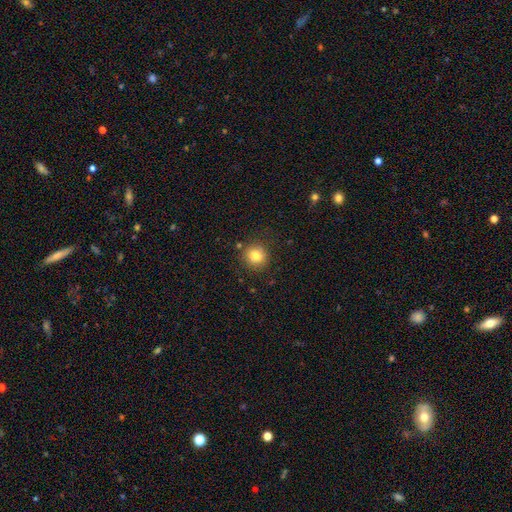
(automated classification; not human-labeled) Smooth or featured? Predicted: smooth (p=0.81). How rounded? Predicted: round (p=0.90). Merging? Predicted: none (p=0.85).